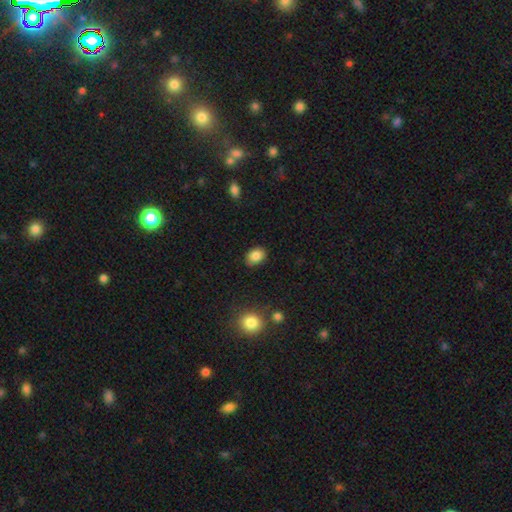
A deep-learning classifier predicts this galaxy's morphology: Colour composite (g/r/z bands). It shows a smooth galaxy with no disk features (86%) that is in between round and cigar-shaped (71%). Merging: none (84%).